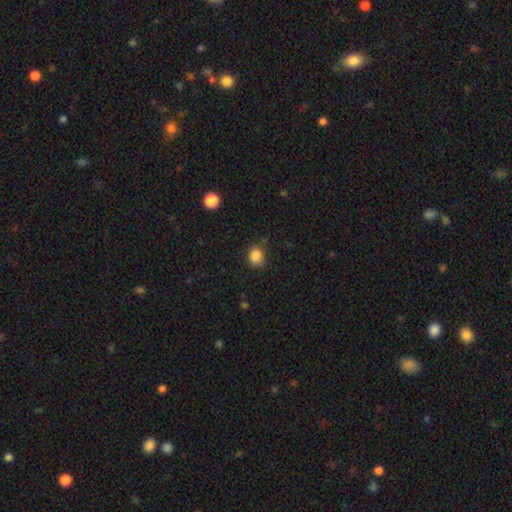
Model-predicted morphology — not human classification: Q: Smooth or featured?
A: smooth (85%); runner-up: star or artifact (11%)
Q: How rounded?
A: round (63%); runner-up: in between (36%)
Q: Merging?
A: none (80%); runner-up: minor disturbance (15%)